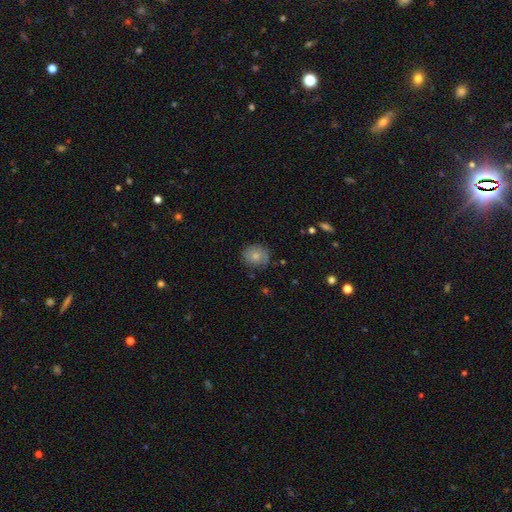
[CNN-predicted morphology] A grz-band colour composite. It shows a smooth galaxy with no disk features (74%) that is round (70%). Merging: none (80%).